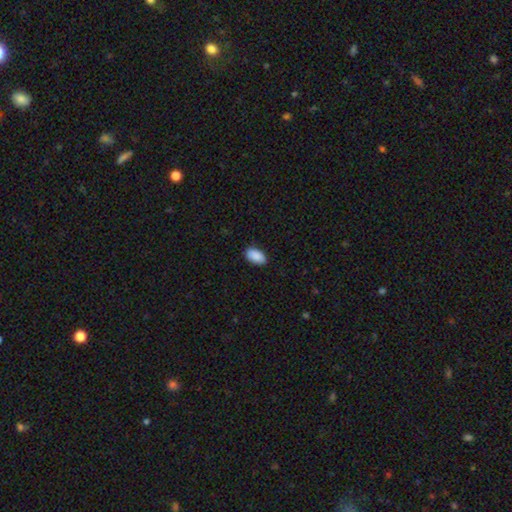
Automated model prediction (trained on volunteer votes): A smooth galaxy with no disk features (91%) that is in between round and cigar-shaped (94%). Merging: none (88%).